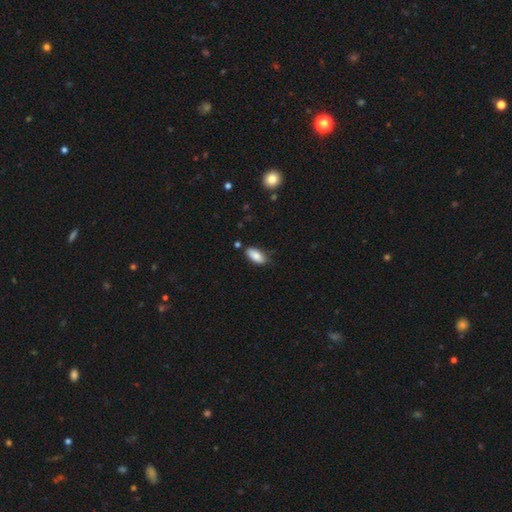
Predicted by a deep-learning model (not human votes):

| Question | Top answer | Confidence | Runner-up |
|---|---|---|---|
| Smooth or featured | smooth | 85% | featured or disk (9%) |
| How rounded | in between | 90% | cigar-shaped (8%) |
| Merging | none | 72% | minor disturbance (22%) |